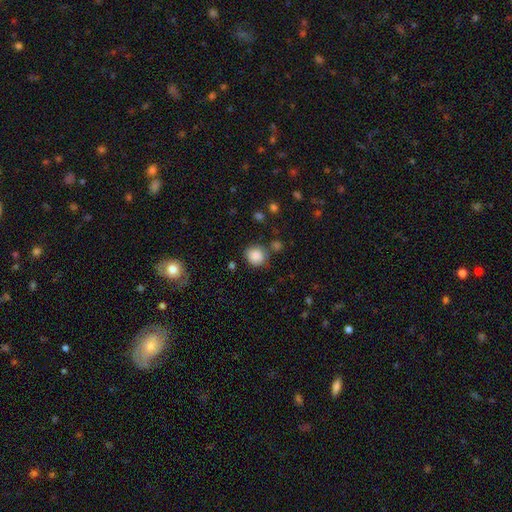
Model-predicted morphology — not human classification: type=smooth (85%); roundness=round (78%); merging=none (70%).